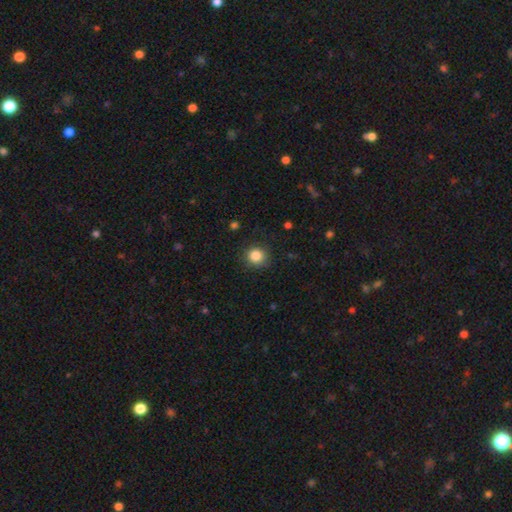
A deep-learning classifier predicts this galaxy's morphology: A smooth galaxy with no disk features (85%) that is round (89%).

Vote fractions:
- Smooth or featured? smooth: 85% / star or artifact: 11% / featured or disk: 4%
- How rounded? round: 89% / in between: 10% / cigar-shaped: 1%
- Merging? none: 87% / minor disturbance: 9% / major disturbance: 3% / merger: 1%